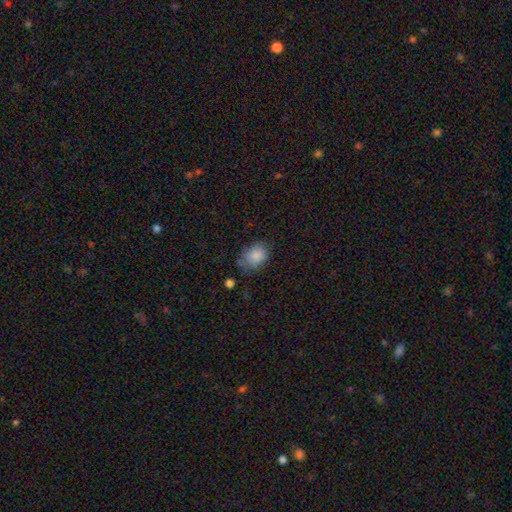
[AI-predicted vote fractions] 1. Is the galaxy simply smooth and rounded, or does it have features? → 84% smooth, 9% star or artifact, 7% featured or disk.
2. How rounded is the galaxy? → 60% in between, 39% round, 1% cigar-shaped.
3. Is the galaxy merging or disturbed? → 61% none, 28% minor disturbance, 8% major disturbance, 3% merger.